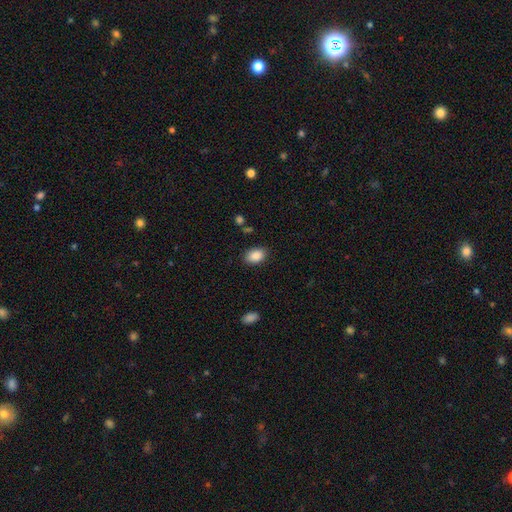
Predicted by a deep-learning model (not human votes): Smooth or featured? smooth (88%)
How rounded? in between (85%)
Merging? none (86%)